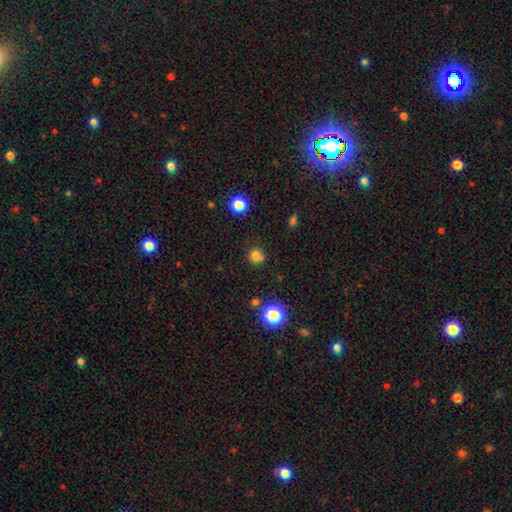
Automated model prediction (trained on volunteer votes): smooth_or_featured: smooth (p=0.76) [alt: star or artifact p=0.17]
how_rounded: round (p=0.89) [alt: in between p=0.10]
merging: none (p=0.70) [alt: merger p=0.14]